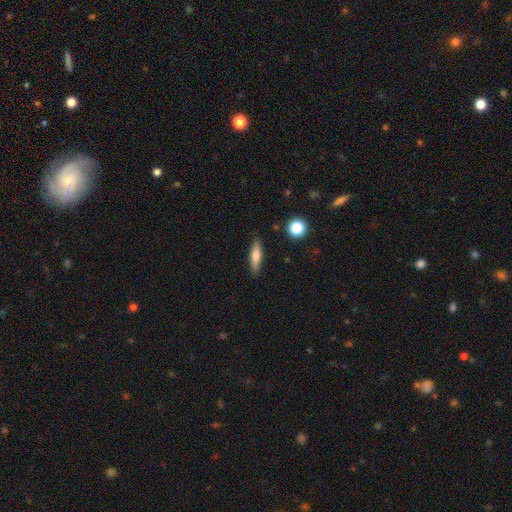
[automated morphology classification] smooth 62%, featured or disk 31%, star or artifact 7%. Down the decision tree: how rounded — cigar-shaped (73%); merging — none (86%).